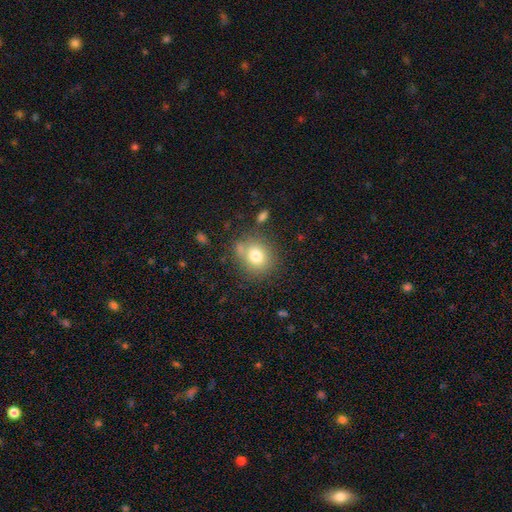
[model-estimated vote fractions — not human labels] smooth 77%, featured or disk 12%, star or artifact 11%. Down the decision tree: how rounded — round (72%); merging — none (70%).